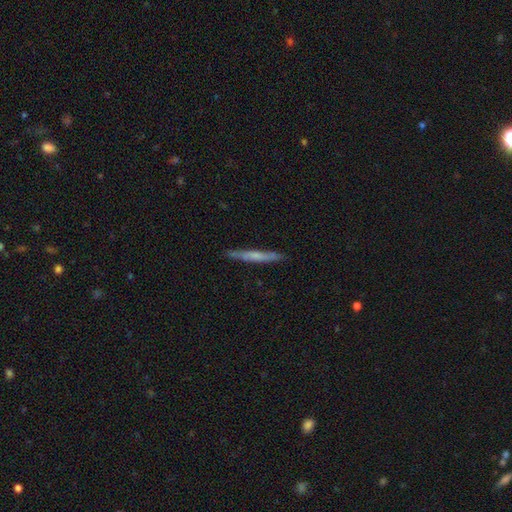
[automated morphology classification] Smooth or featured? Predicted: smooth (p=0.47, tied with featured or disk). Merging? Predicted: none (p=0.88).